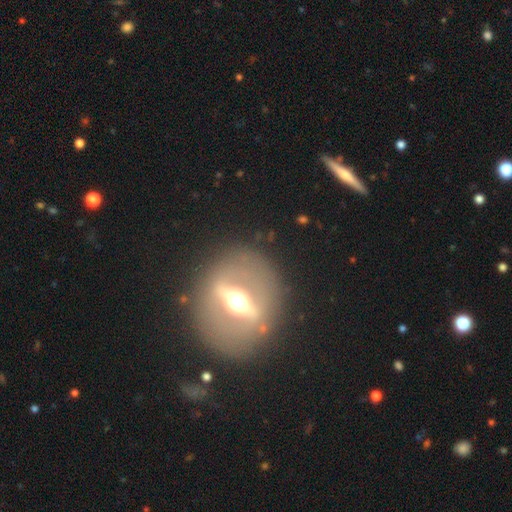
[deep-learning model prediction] This appears to be a featured or disk galaxy (78%). Merging: none (82%).